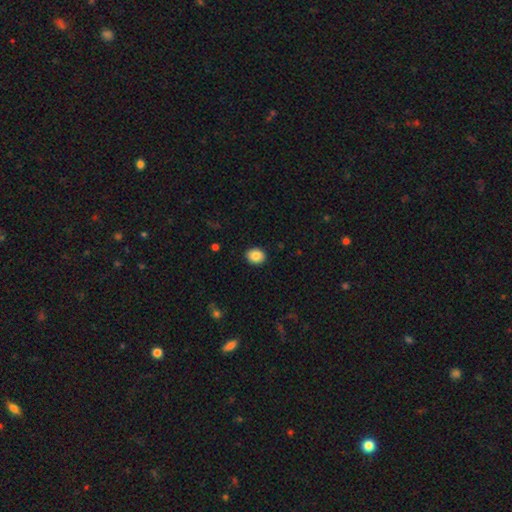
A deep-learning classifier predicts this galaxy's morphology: type=smooth (86%); roundness=round (63%); merging=none (91%).